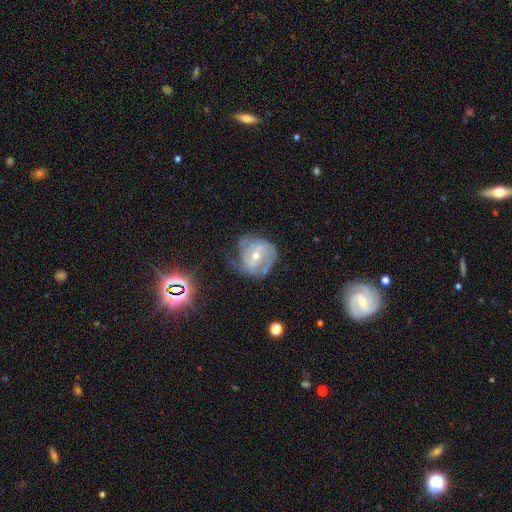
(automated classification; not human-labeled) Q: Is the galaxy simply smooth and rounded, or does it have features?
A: featured or disk — 80%.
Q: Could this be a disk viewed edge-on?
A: no — 97%.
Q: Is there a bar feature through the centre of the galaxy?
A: no — 42%.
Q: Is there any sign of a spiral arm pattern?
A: yes — 91%.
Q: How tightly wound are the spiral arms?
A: tight — 47%.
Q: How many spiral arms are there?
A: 2 — 35%.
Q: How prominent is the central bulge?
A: small — 49%.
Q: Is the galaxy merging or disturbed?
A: none — 56%.